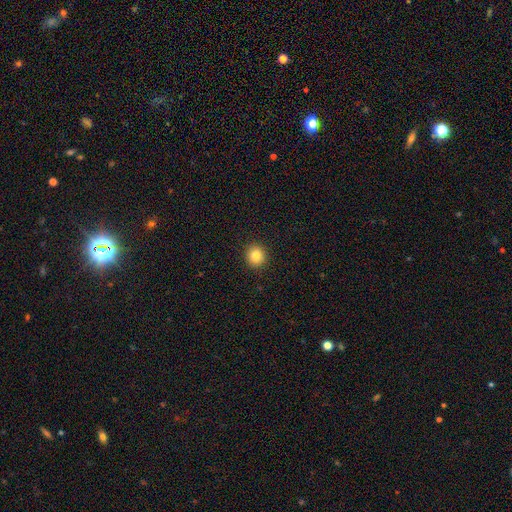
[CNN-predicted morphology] smooth-or-featured: smooth: 84% | star or artifact: 10% | featured or disk: 6%
  how-rounded: round: 91% | in between: 8% | cigar-shaped: 1%
  merging: none: 92% | minor disturbance: 5% | major disturbance: 2% | merger: 1%